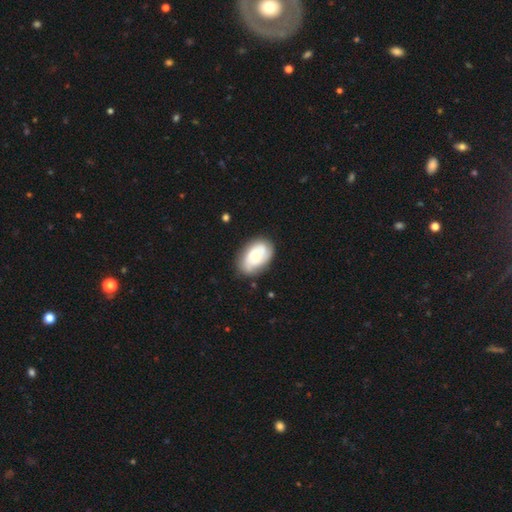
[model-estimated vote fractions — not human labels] A smooth galaxy with no disk features (48%). Merging: none (71%).